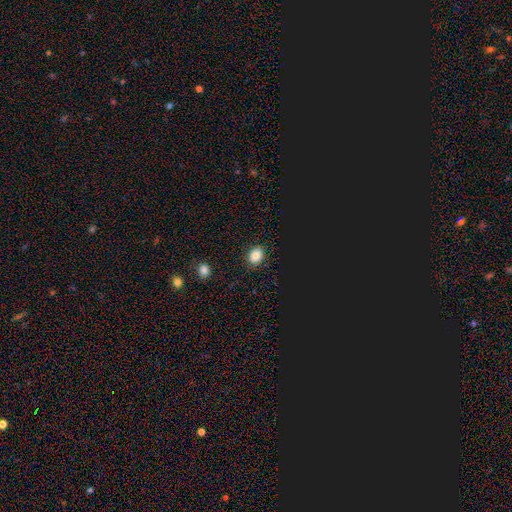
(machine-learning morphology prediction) type=smooth (80%); roundness=in between (53%); merging=none (85%).